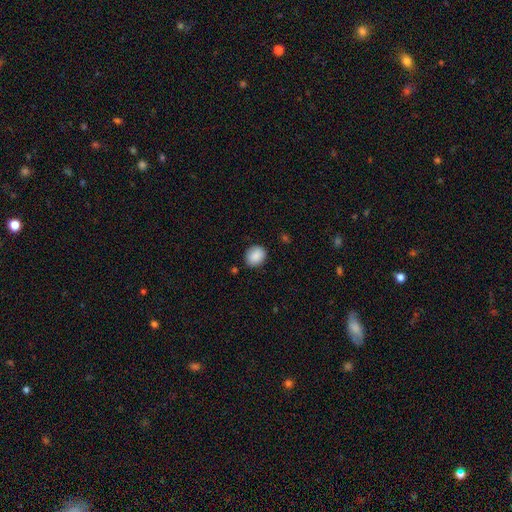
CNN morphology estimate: smooth-or-featured: smooth: 89% | star or artifact: 8% | featured or disk: 3%
  how-rounded: round: 56% | in between: 43% | cigar-shaped: 1%
  merging: none: 84% | minor disturbance: 12% | major disturbance: 3% | merger: 2%